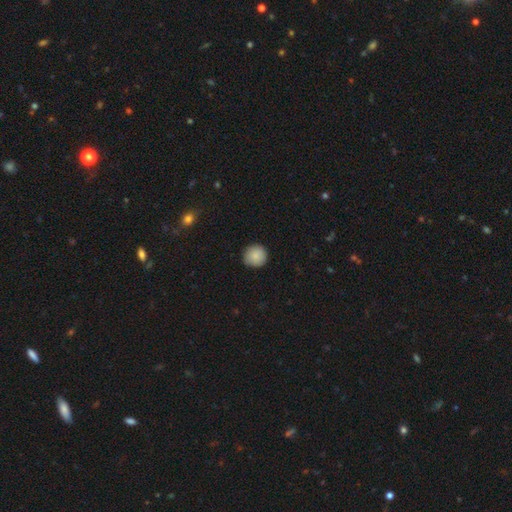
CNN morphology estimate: A smooth galaxy with no disk features (88%) that is round (94%). Merging: none (88%).